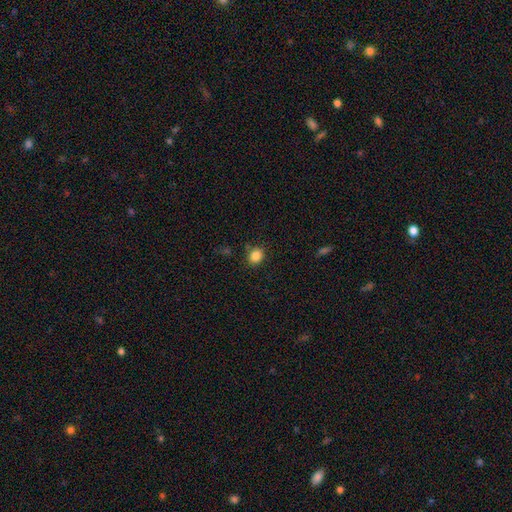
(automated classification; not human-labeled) A smooth galaxy with no disk features (85%) that is round (64%).

Vote fractions:
- Smooth or featured? smooth: 85% / star or artifact: 11% / featured or disk: 4%
- How rounded? round: 64% / in between: 35% / cigar-shaped: 1%
- Merging? none: 83% / minor disturbance: 10% / merger: 3% / major disturbance: 3%